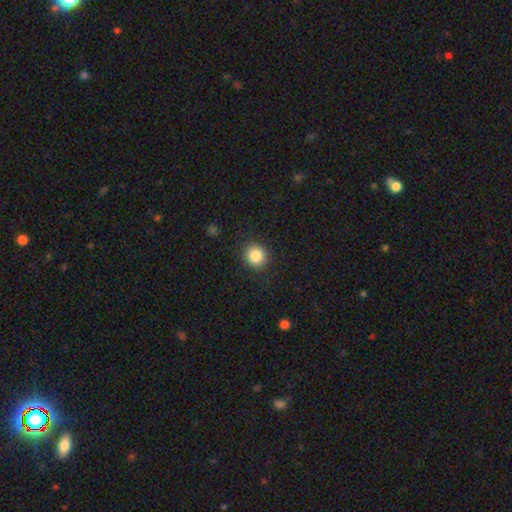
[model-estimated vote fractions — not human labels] smooth 85%, star or artifact 10%, featured or disk 5%. Down the decision tree: how rounded — round (89%); merging — none (90%).